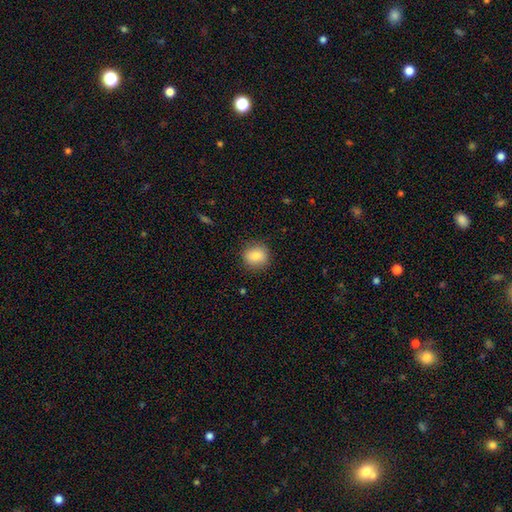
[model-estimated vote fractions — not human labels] A smooth galaxy with no disk features (84%) that is round (83%). Merging: none (87%).